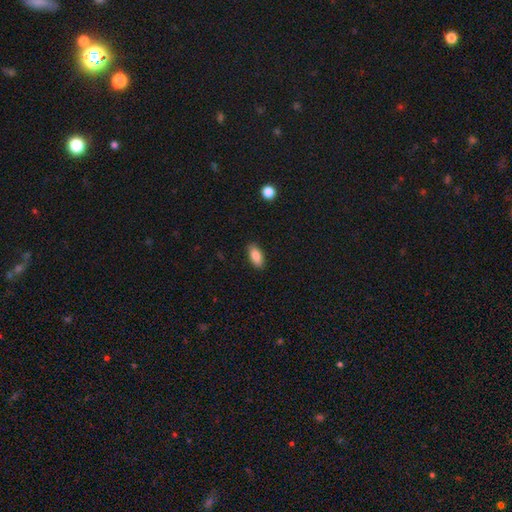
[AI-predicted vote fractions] Smooth or featured: smooth — 87% (star or artifact — 7%)
How rounded: in between — 90% (cigar-shaped — 8%)
Merging: none — 87% (minor disturbance — 9%)